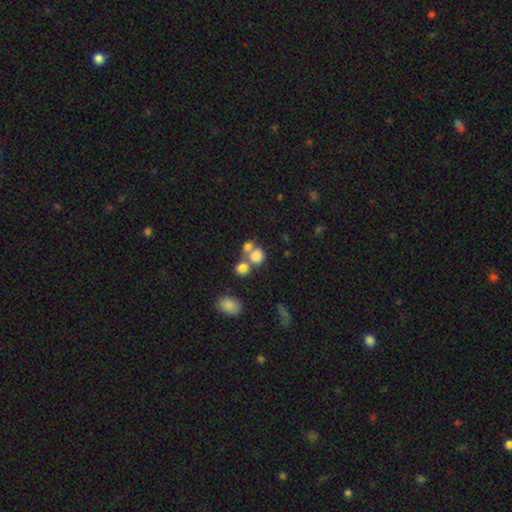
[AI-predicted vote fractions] This appears to be a smooth galaxy with no disk features (75%) that is round (64%). Merging: merger (52%).